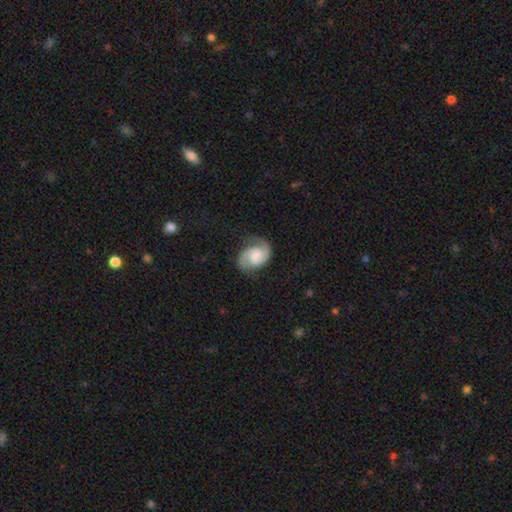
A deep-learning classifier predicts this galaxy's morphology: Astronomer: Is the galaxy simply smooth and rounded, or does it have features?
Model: featured or disk — 83%.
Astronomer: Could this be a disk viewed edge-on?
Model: no — 98%.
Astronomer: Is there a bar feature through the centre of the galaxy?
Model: no — 58% (runner-up: weak, 35%).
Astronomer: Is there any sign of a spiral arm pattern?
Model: yes — 97%.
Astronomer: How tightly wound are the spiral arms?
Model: medium — 52% (runner-up: tight, 30%).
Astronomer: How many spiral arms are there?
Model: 2 — 92%.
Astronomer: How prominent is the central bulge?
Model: moderate — 29% (runner-up: large, 24%).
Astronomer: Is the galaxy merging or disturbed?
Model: none — 74%.